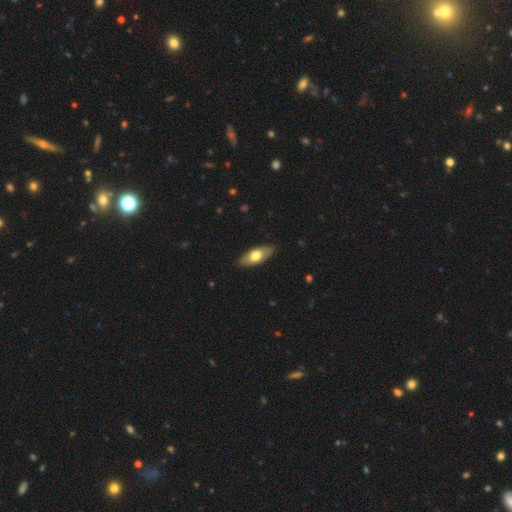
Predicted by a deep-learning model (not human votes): smooth_or_featured: smooth (p=0.63) [alt: featured or disk p=0.32]
how_rounded: in between (p=0.79) [alt: cigar-shaped p=0.18]
merging: none (p=0.86) [alt: minor disturbance p=0.11]